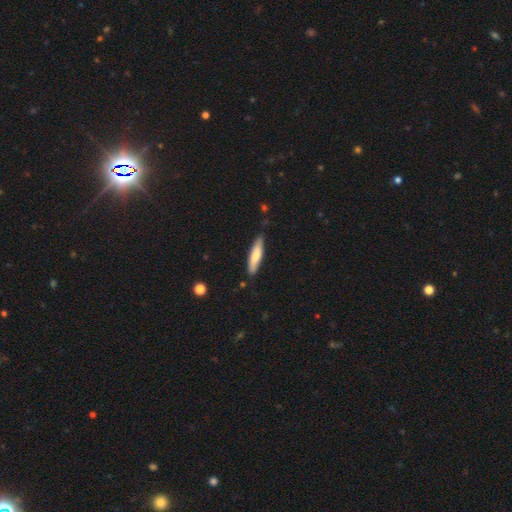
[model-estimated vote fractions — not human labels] This is likely a smooth galaxy (74%). How rounded: likely cigar-shaped (79%). Merging: clearly none (80%).